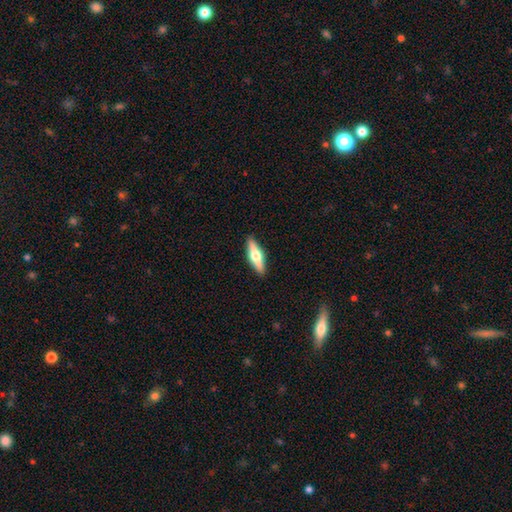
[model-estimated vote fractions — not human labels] smooth_or_featured: featured or disk (p=0.58) [alt: smooth p=0.37]
disk_edge_on: yes (p=0.96) [alt: no p=0.04]
edge_on_bulge: rounded (p=0.95) [alt: boxy p=0.03]
merging: none (p=0.91) [alt: minor disturbance p=0.06]